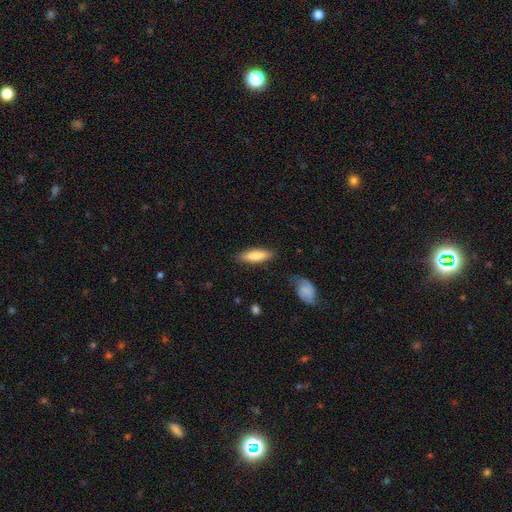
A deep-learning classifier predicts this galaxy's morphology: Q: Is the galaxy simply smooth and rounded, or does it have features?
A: smooth — 77%.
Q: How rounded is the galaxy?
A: cigar-shaped — 61%.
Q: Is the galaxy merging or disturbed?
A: none — 83%.